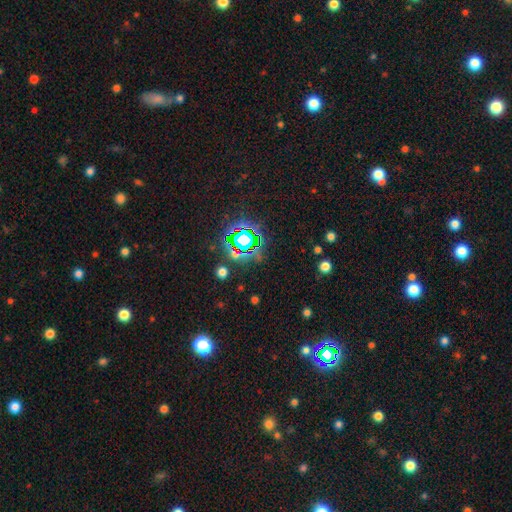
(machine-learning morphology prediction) star or artifact 80%, smooth 13%, featured or disk 7%.